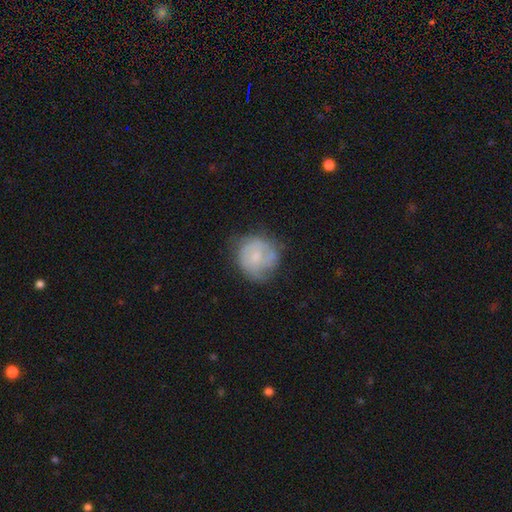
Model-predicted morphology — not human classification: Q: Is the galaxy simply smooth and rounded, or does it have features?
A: featured or disk — 47%.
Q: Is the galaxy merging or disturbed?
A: none — 60%.